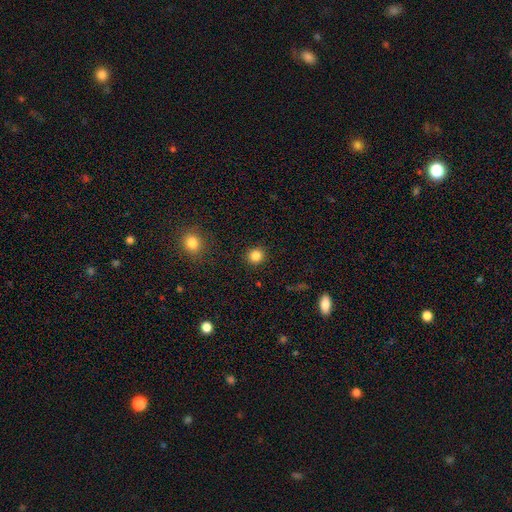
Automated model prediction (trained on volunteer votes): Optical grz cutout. It shows a smooth galaxy with no disk features (84%) that is round (90%). Merging: none (92%).